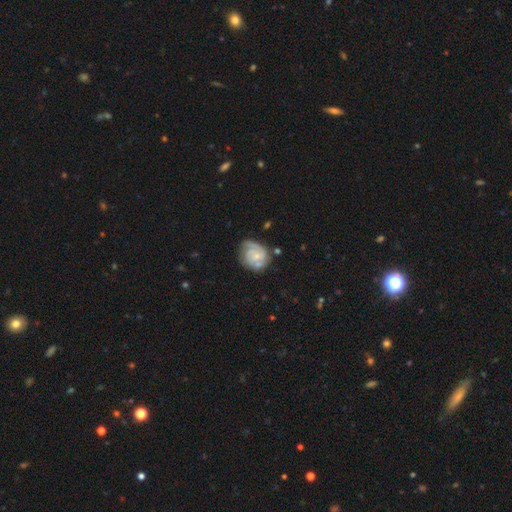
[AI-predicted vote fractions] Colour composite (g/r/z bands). It shows a featured or disk galaxy (76%) with no bar (65%), 2 (48%) tight (54%) spiral arms (92%) and a small central bulge (63%). Merging: none (61%).